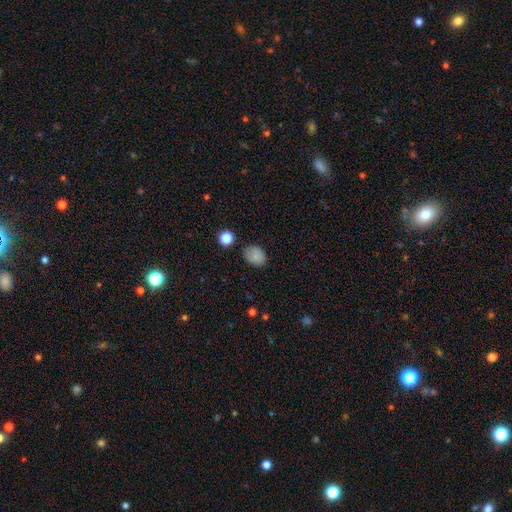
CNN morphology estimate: Smooth or featured? Predicted: smooth (p=0.81). How rounded? Predicted: in between (p=0.58). Merging? Predicted: none (p=0.78).